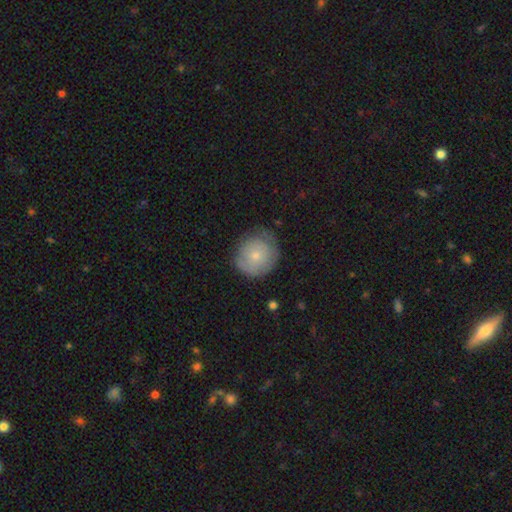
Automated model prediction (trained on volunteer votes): Overall: smooth (63%; featured or disk 31%). How rounded: round (87%). Merging: none (66%).